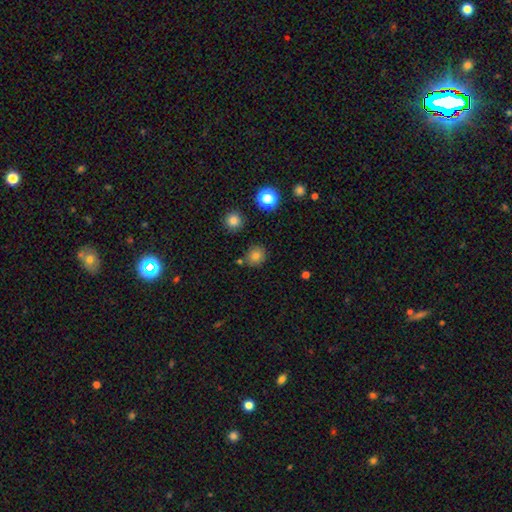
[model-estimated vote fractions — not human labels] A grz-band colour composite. It shows a smooth galaxy with no disk features (80%) that is round (86%). Merging: none (81%).